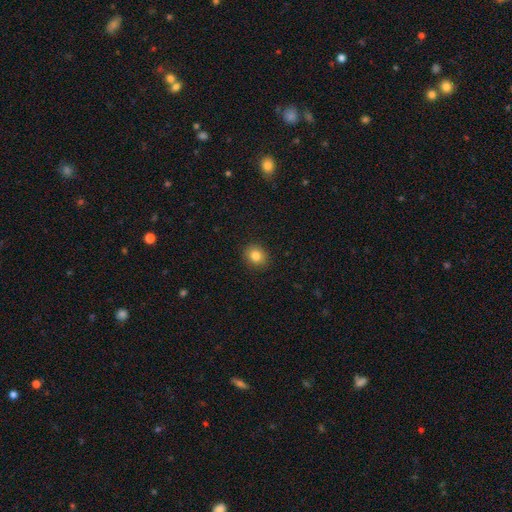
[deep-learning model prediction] Overall: smooth (83%). How rounded: round (72%). Merging: none (90%).